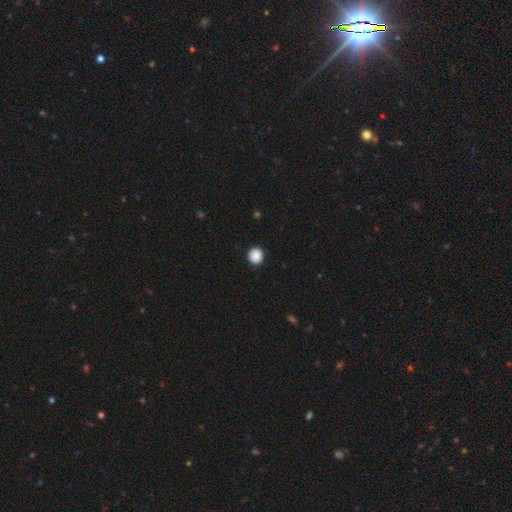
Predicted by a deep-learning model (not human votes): Smooth or featured? Predicted: smooth (p=0.89). How rounded? Predicted: round (p=0.92). Merging? Predicted: none (p=0.92).